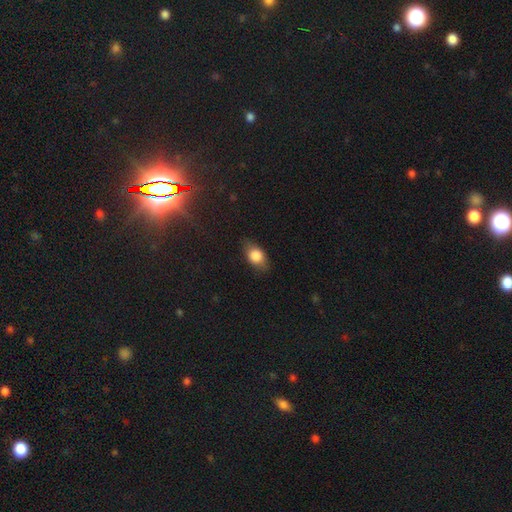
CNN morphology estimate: type=smooth (79%); roundness=in between (78%); merging=none (77%).